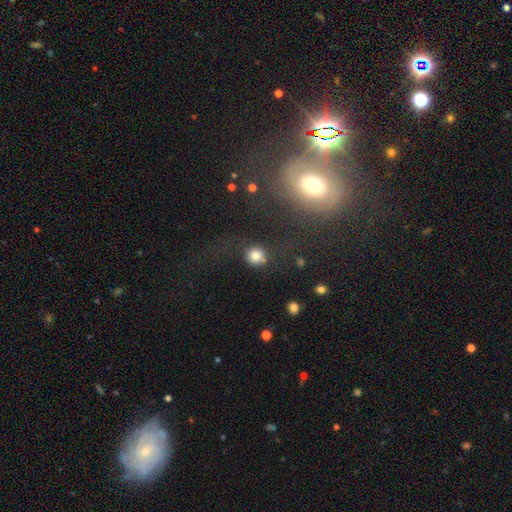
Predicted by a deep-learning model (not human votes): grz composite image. It shows a smooth galaxy with no disk features (80%) that is round (84%). Merging: none (62%).